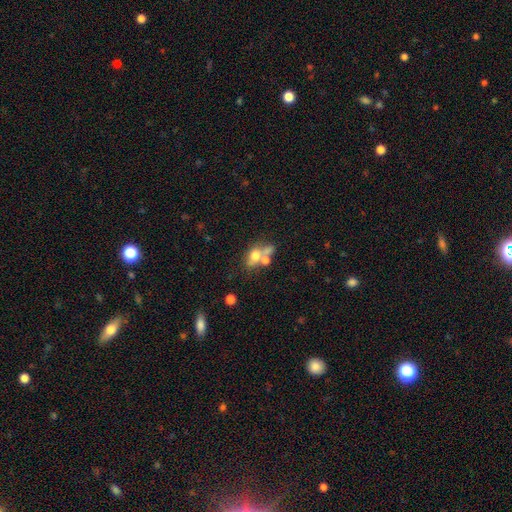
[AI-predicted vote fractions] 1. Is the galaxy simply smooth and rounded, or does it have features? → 61% smooth, 27% featured or disk, 12% star or artifact.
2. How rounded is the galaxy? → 66% in between, 29% round, 5% cigar-shaped.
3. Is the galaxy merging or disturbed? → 48% merger, 32% none, 11% minor disturbance, 8% major disturbance.